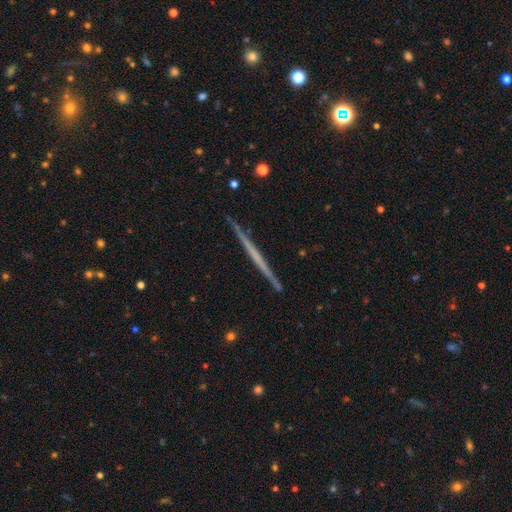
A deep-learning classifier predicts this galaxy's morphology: Smooth or featured? Predicted: featured or disk (p=0.65). Edge-on disk? Predicted: yes (p=0.98). Edge-on bulge? Predicted: none (p=0.89). Merging? Predicted: none (p=0.92).